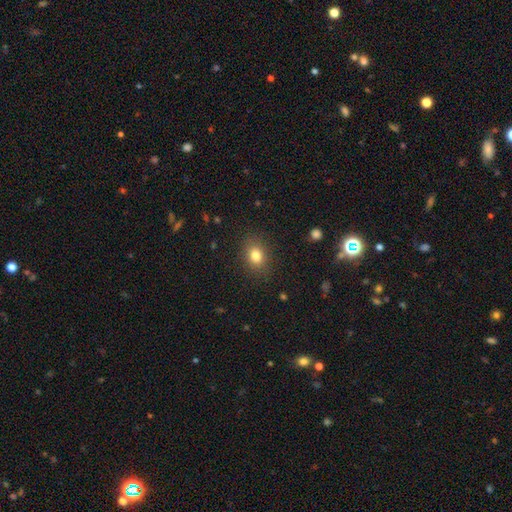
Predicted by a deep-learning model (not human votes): This appears to be a smooth galaxy with no disk features (81%) that is in between round and cigar-shaped (54%). Merging: none (87%).